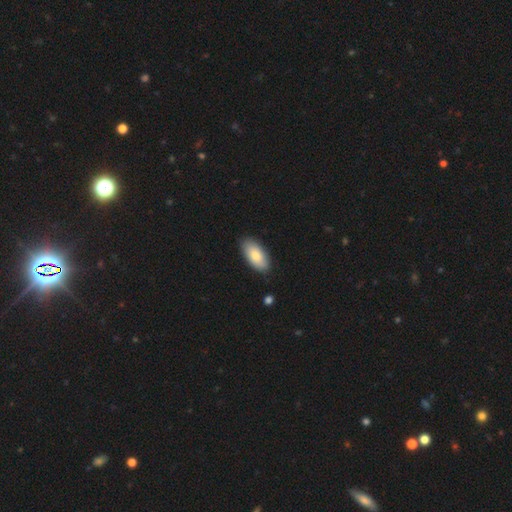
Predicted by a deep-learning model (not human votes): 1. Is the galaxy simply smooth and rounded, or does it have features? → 80% smooth, 14% featured or disk, 6% star or artifact.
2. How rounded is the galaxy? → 93% in between, 4% cigar-shaped, 2% round.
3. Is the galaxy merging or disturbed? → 86% none, 10% minor disturbance, 2% major disturbance, 1% merger.